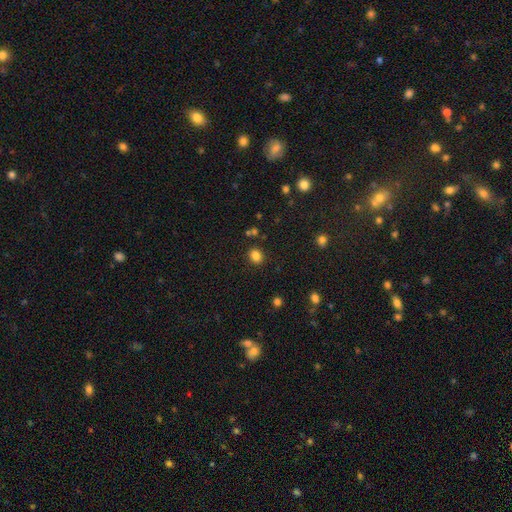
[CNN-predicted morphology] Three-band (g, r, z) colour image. It shows a smooth galaxy with no disk features (83%) that is round (65%). Merging: none (84%).